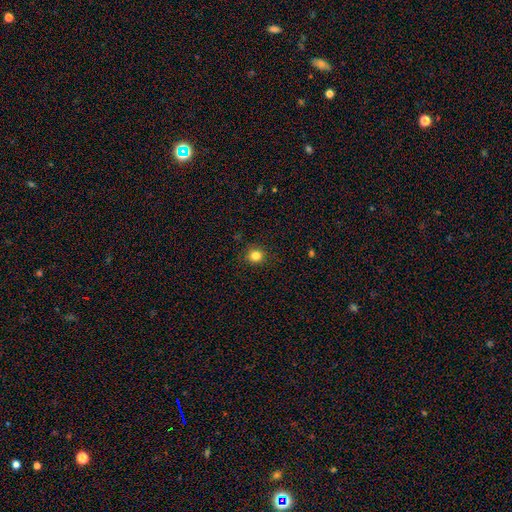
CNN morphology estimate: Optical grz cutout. It shows a smooth galaxy with no disk features (82%) that is round (91%). Merging: none (90%).